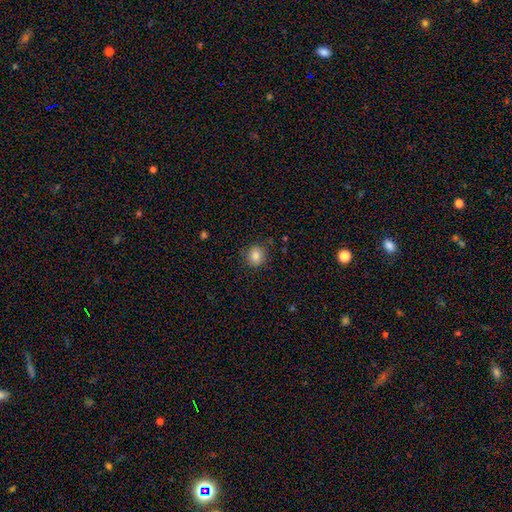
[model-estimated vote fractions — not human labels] Overall: smooth (82%). How rounded: round (85%). Merging: none (85%).